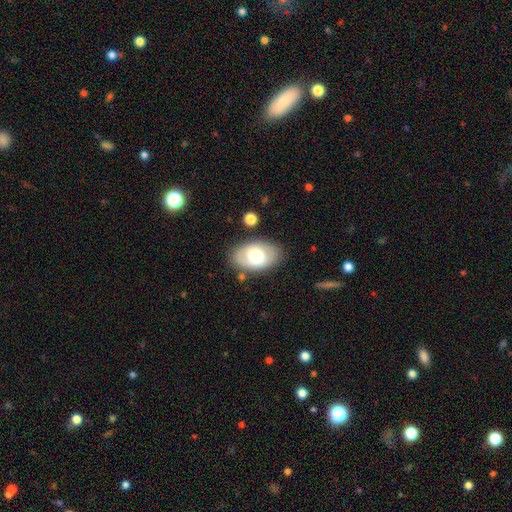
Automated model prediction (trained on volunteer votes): smooth 59%, featured or disk 35%, star or artifact 6%. Down the decision tree: how rounded — in between (90%); merging — none (79%).